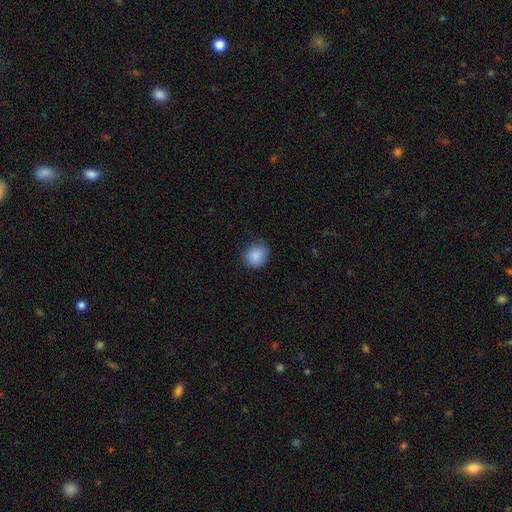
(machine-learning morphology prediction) Smooth or featured? smooth (88%)
How rounded? round (76%)
Merging? none (79%)